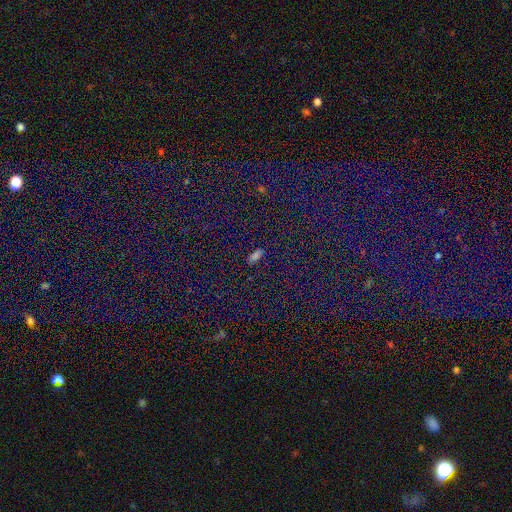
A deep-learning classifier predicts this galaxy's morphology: Smooth or featured? smooth (53%)
How rounded? in between (72%)
Merging? none (86%)